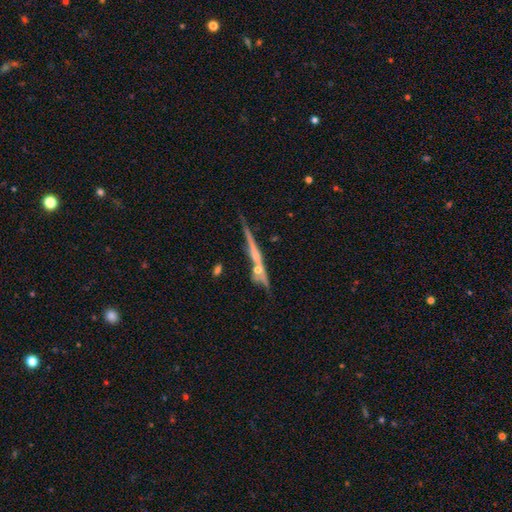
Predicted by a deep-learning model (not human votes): smooth-or-featured: featured or disk: 67% | smooth: 25% | star or artifact: 8%
  disk-edge-on: yes: 93% | no: 7%
    edge-on-bulge: none: 50% | rounded: 41% | boxy: 9%
  merging: none: 62% | minor disturbance: 16% | merger: 15% | major disturbance: 6%